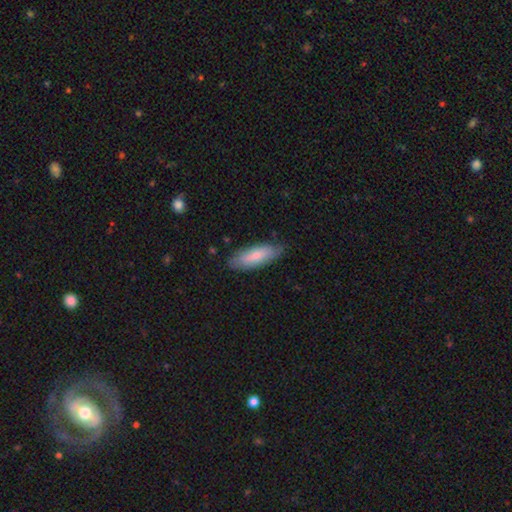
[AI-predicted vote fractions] This appears to be a smooth galaxy with no disk features (72%) that is in between round and cigar-shaped (64%). Merging: none (77%).